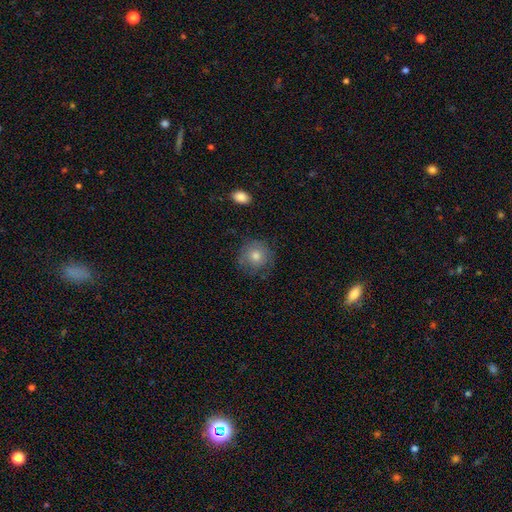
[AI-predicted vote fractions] A smooth galaxy with no disk features (67%) that is round (92%). Merging: none (79%).